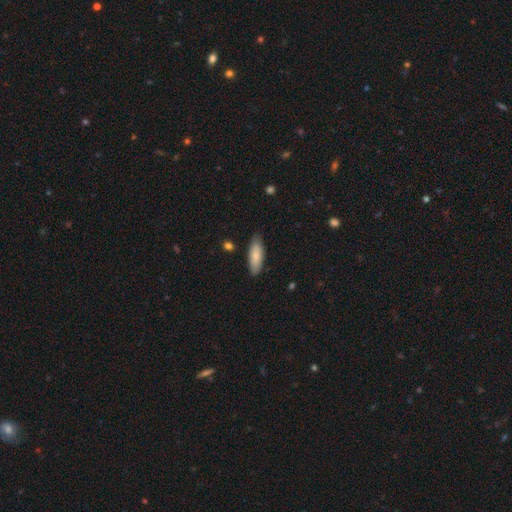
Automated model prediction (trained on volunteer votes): This is clearly a smooth galaxy (82%). How rounded: likely in between (63%). Merging: clearly none (81%).